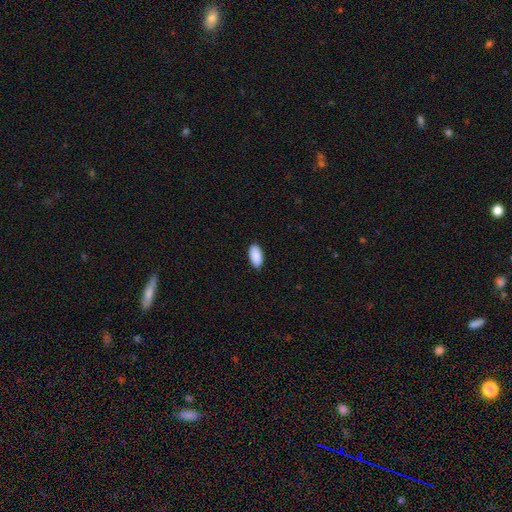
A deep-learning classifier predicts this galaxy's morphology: smooth_or_featured: smooth (p=0.91) [alt: star or artifact p=0.06]
how_rounded: in between (p=0.95) [alt: cigar-shaped p=0.03]
merging: none (p=0.89) [alt: minor disturbance p=0.09]